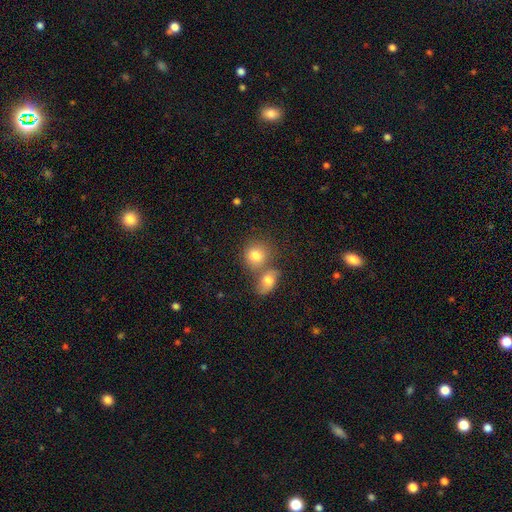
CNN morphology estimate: A smooth galaxy with no disk features (80%) that is round (74%). Merging: merger (45%).